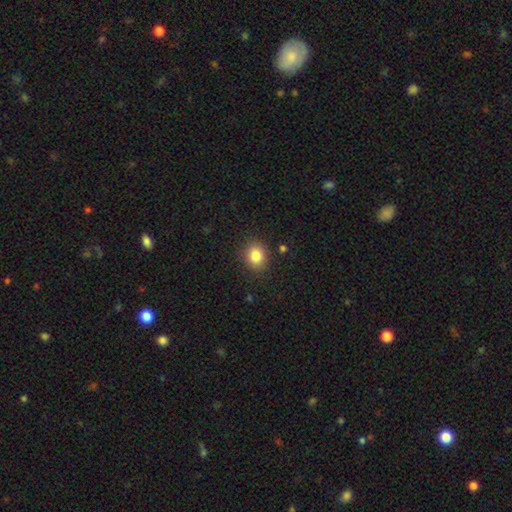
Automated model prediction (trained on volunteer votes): A smooth galaxy with no disk features (84%) that is round (68%).

Vote fractions:
- Smooth or featured? smooth: 84% / star or artifact: 10% / featured or disk: 6%
- How rounded? round: 68% / in between: 32% / cigar-shaped: 1%
- Merging? none: 88% / minor disturbance: 8% / major disturbance: 3% / merger: 2%